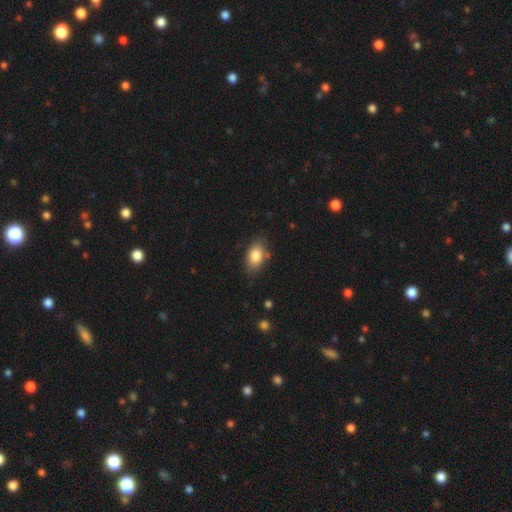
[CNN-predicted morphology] This is clearly a smooth galaxy (83%). How rounded: clearly in between (88%). Merging: likely none (77%).